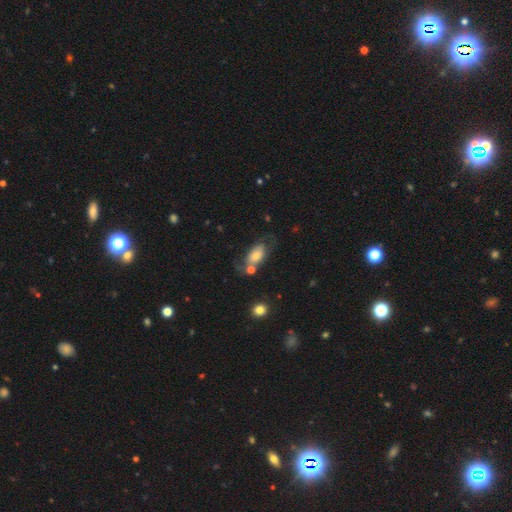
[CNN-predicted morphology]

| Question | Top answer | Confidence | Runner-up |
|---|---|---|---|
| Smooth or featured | smooth | 61% | featured or disk (31%) |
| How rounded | in between | 88% | round (8%) |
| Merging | none | 43% | minor disturbance (23%) |